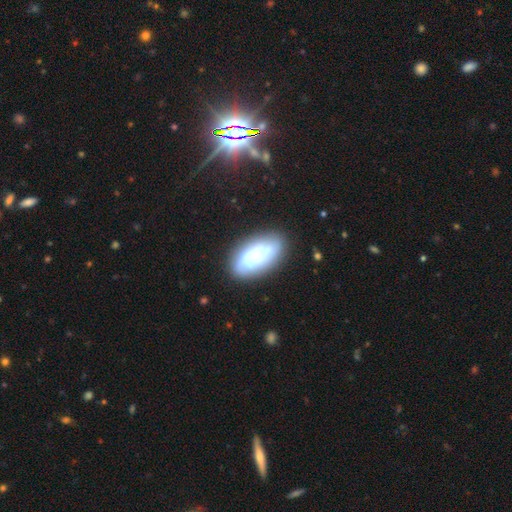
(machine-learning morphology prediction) This appears to be a featured or disk galaxy (46%). Merging: none (73%).